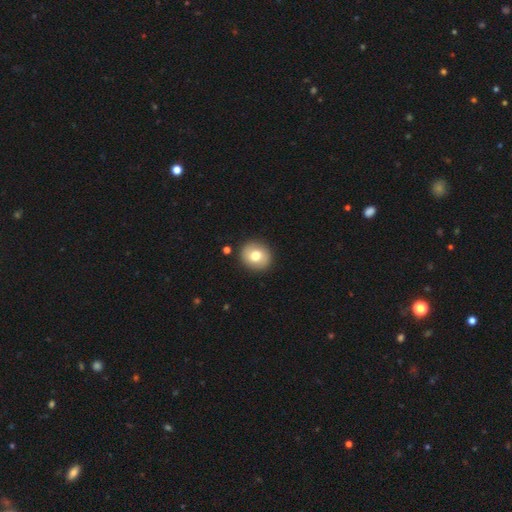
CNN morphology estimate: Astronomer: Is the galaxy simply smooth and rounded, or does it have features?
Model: smooth — 74%.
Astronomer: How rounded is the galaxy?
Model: round — 83%.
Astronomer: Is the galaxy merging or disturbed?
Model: none — 89%.